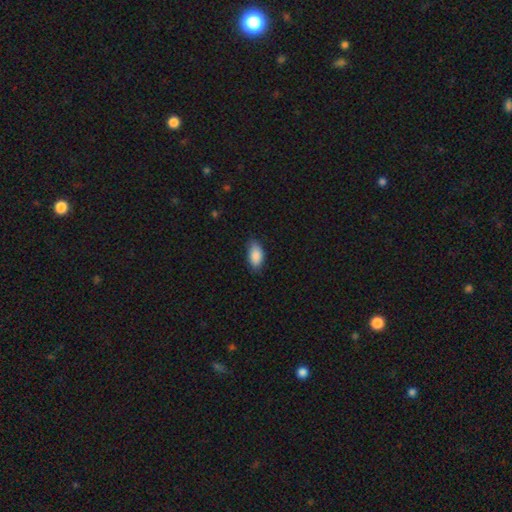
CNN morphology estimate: smooth-or-featured: smooth: 89% | star or artifact: 7% | featured or disk: 5%
  how-rounded: in between: 93% | cigar-shaped: 4% | round: 3%
  merging: none: 78% | minor disturbance: 18% | major disturbance: 3% | merger: 1%